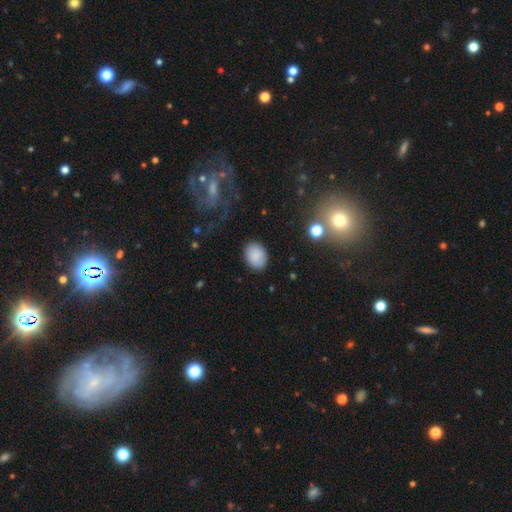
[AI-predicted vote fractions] Smooth or featured? Predicted: smooth (p=0.86). How rounded? Predicted: in between (p=0.69). Merging? Predicted: none (p=0.86).